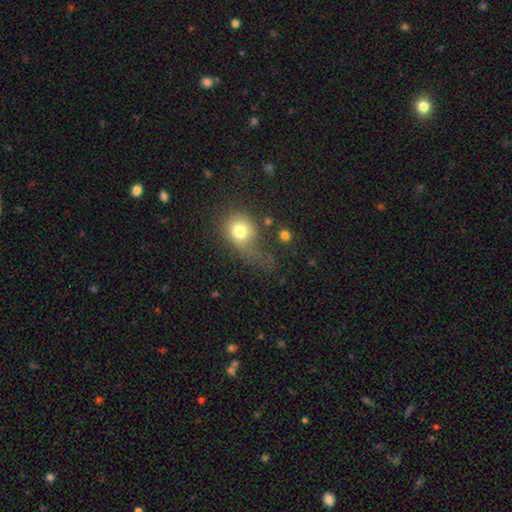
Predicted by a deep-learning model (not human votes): Smooth or featured?
  - smooth: 66% *
  - featured or disk: 18%
  - star or artifact: 16%
How rounded?
  - round: 69% *
  - in between: 28%
  - cigar-shaped: 2%
Merging?
  - none: 35% *
  - major disturbance: 32%
  - minor disturbance: 24%
  - merger: 9%